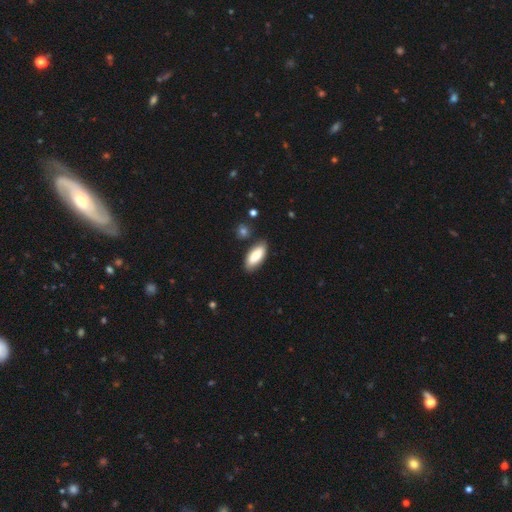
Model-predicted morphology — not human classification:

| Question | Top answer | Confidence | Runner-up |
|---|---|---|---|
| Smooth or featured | smooth | 83% | featured or disk (11%) |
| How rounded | in between | 83% | cigar-shaped (15%) |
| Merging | none | 83% | minor disturbance (12%) |